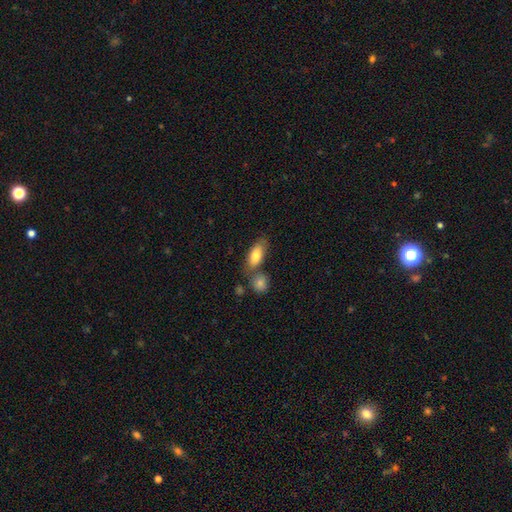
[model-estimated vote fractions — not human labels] A smooth galaxy with no disk features (80%) that is in between round and cigar-shaped (84%).

Vote fractions:
- Smooth or featured? smooth: 80% / featured or disk: 13% / star or artifact: 7%
- How rounded? in between: 84% / cigar-shaped: 12% / round: 4%
- Merging? none: 57% / merger: 24% / minor disturbance: 15% / major disturbance: 4%